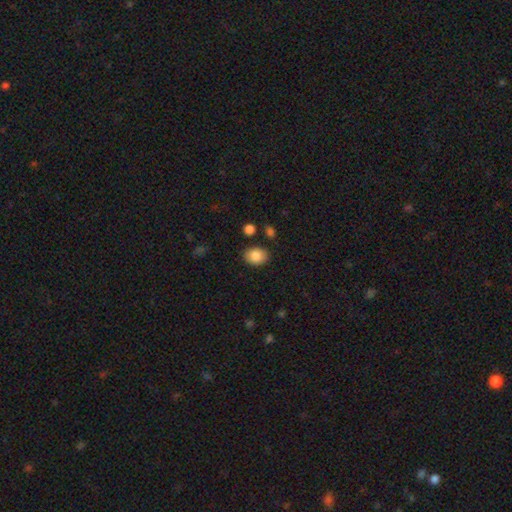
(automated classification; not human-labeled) Smooth or featured? smooth (85%)
How rounded? in between (60%)
Merging? none (85%)